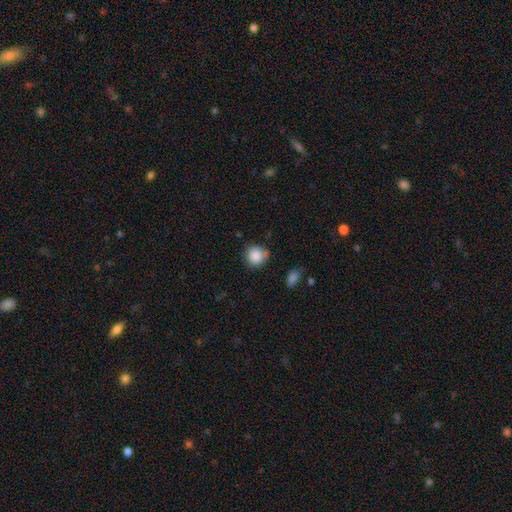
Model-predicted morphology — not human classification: smooth 87%, star or artifact 9%, featured or disk 4%. Down the decision tree: how rounded — round (89%); merging — none (71%).